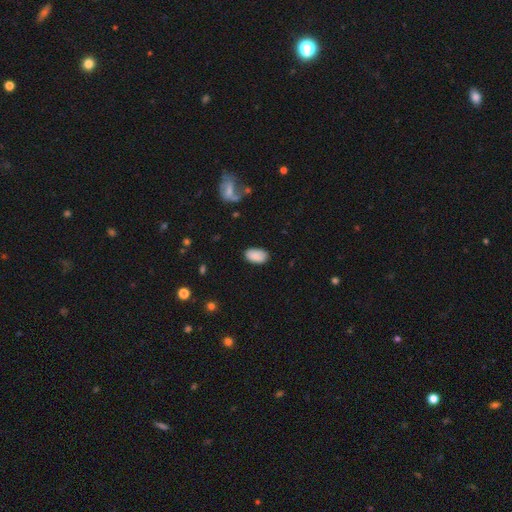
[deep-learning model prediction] Smooth or featured?
  - smooth: 88% *
  - star or artifact: 7%
  - featured or disk: 5%
How rounded?
  - in between: 94% *
  - round: 4%
  - cigar-shaped: 1%
Merging?
  - none: 82% *
  - minor disturbance: 14%
  - major disturbance: 3%
  - merger: 1%